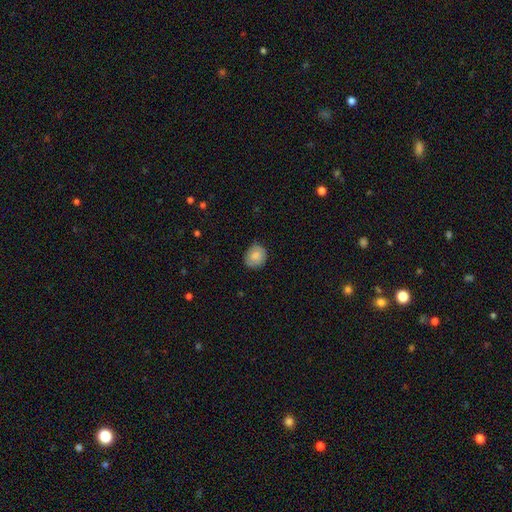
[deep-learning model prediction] Smooth or featured? Predicted: smooth (p=0.79). How rounded? Predicted: round (p=0.74). Merging? Predicted: none (p=0.80).